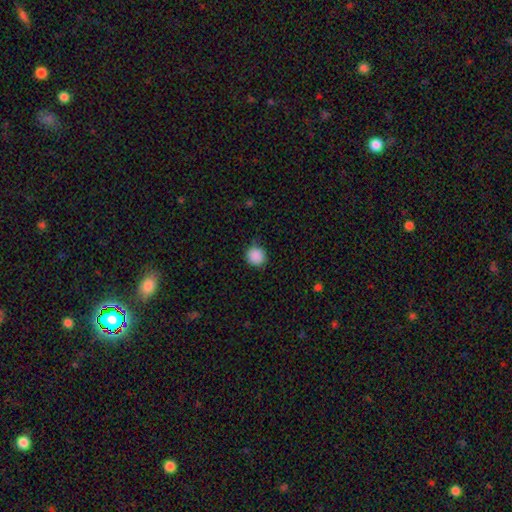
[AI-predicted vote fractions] This is clearly a smooth galaxy (89%). How rounded: clearly round (93%). Merging: clearly none (84%).